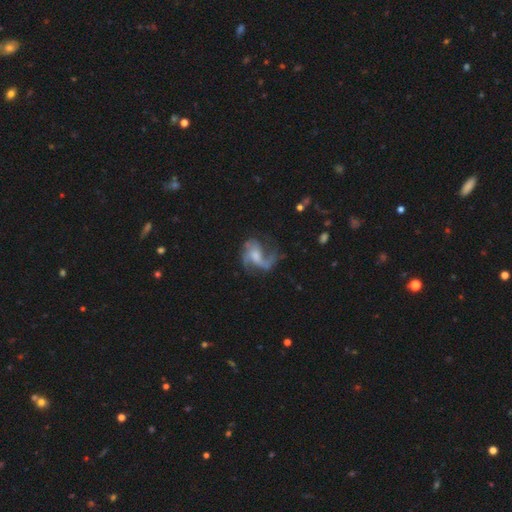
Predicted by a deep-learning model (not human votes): The model was most divided on "merging": none: 44%, major disturbance: 34%, minor disturbance: 19%, merger: 3%. Remaining: edge-on disk — no (98%); spiral arms — yes (92%); smooth or featured — featured or disk (80%); bar — no (52%); spiral winding — loose (52%); bulge size — moderate (40%); spiral arm count — 2 (40%).